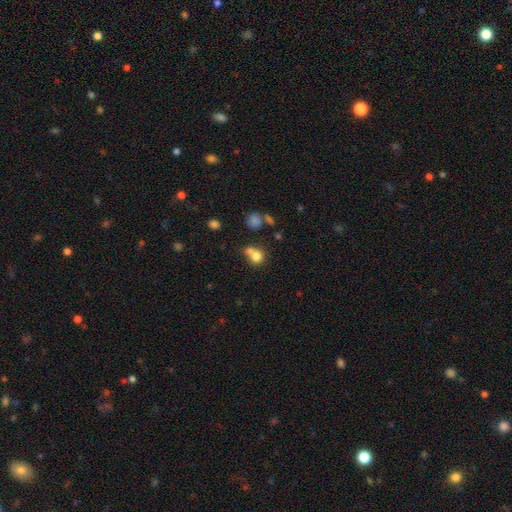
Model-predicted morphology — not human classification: A smooth galaxy with no disk features (77%) that is round (82%). Merging: merger (43%, tied with none).